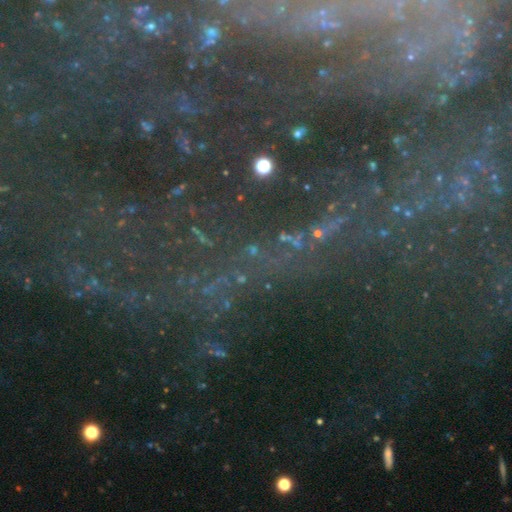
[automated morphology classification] type=star or artifact (75%).